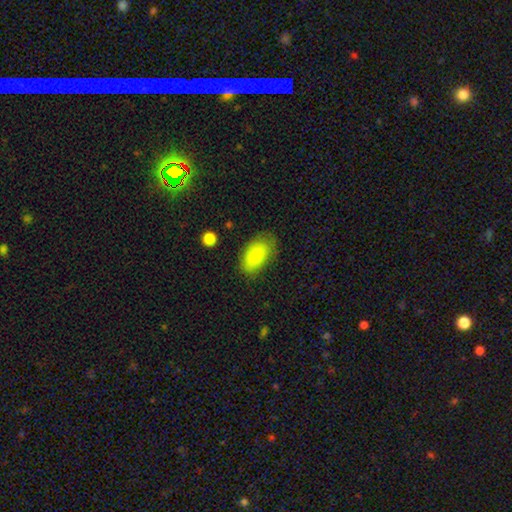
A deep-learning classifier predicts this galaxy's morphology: The model was most divided on "merging": none: 67%, minor disturbance: 24%, major disturbance: 8%, merger: 2%. More confident: how rounded — in between (93%); smooth or featured — smooth (83%).